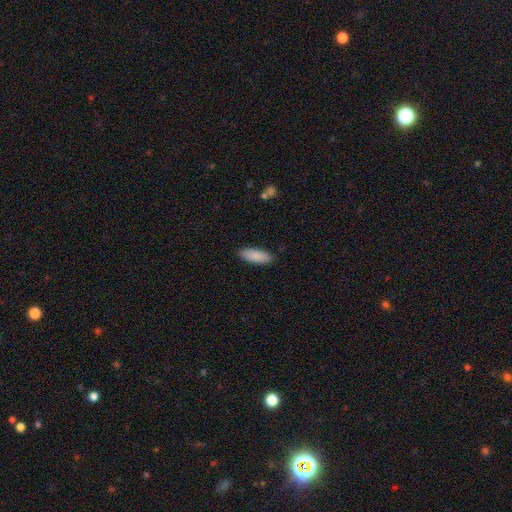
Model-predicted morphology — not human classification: This is clearly a smooth galaxy (90%). How rounded: likely in between (72%). Merging: clearly none (88%).